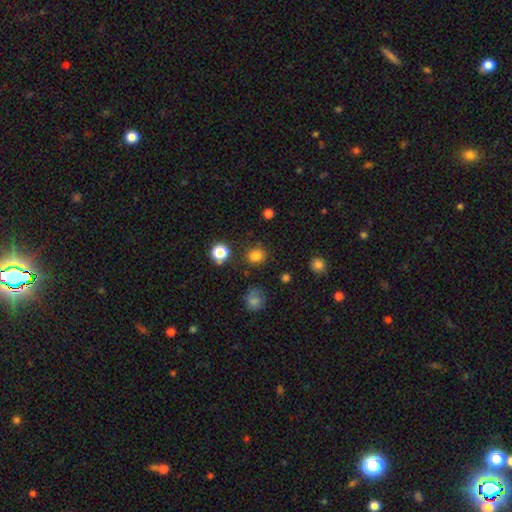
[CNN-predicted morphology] Smooth or featured?
  - smooth: 81% *
  - star or artifact: 15%
  - featured or disk: 4%
How rounded?
  - round: 85% *
  - in between: 14%
  - cigar-shaped: 1%
Merging?
  - none: 85% *
  - minor disturbance: 8%
  - major disturbance: 3%
  - merger: 3%